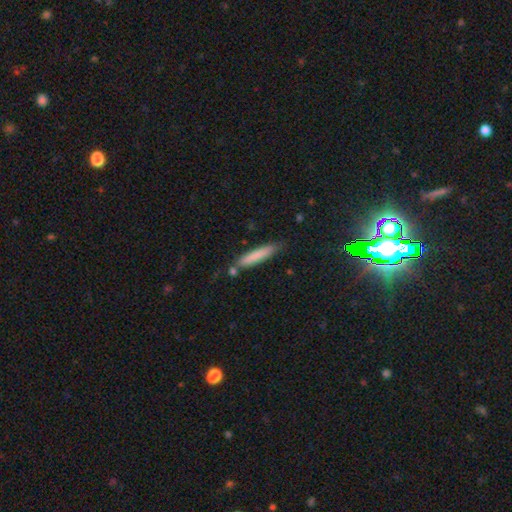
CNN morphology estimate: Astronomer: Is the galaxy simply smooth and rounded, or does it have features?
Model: smooth — 79%.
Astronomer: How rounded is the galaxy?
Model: cigar-shaped — 90%.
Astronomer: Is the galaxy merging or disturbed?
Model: none — 77%.